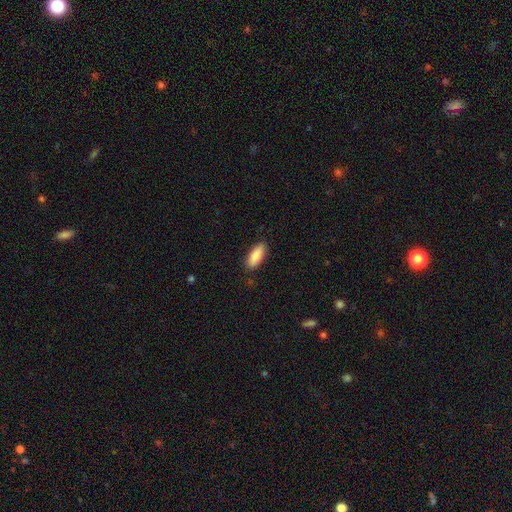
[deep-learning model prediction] Smooth or featured? Predicted: smooth (p=0.88). How rounded? Predicted: in between (p=0.75). Merging? Predicted: none (p=0.87).